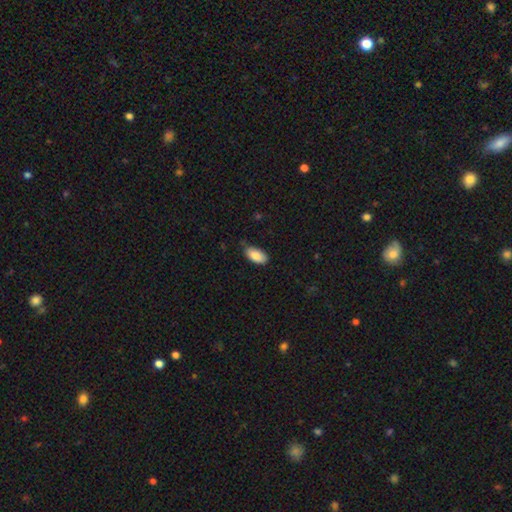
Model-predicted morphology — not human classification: A smooth galaxy with no disk features (86%) that is in between round and cigar-shaped (94%).

Vote fractions:
- Smooth or featured? smooth: 86% / featured or disk: 7% / star or artifact: 7%
- How rounded? in between: 94% / cigar-shaped: 4% / round: 2%
- Merging? none: 73% / minor disturbance: 22% / major disturbance: 3% / merger: 1%